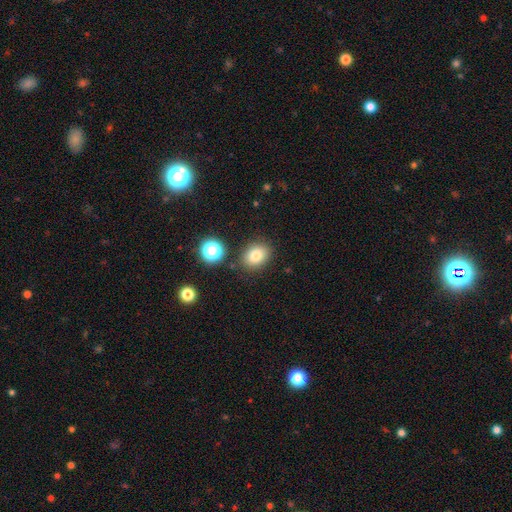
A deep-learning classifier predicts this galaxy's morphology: Smooth or featured? Predicted: smooth (p=0.80). How rounded? Predicted: in between (p=0.55). Merging? Predicted: none (p=0.83).